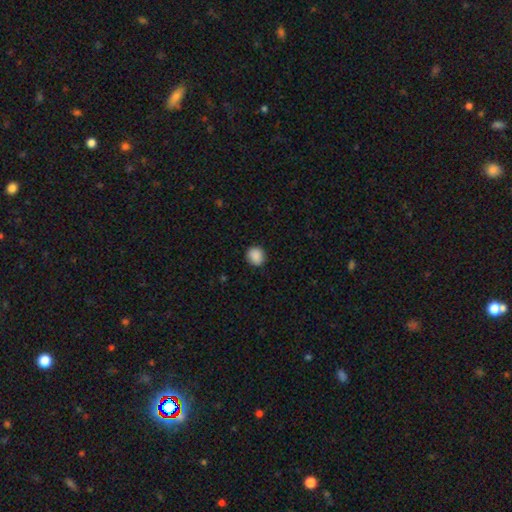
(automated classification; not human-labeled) A smooth galaxy with no disk features (89%) that is round (73%).

Vote fractions:
- Smooth or featured? smooth: 89% / star or artifact: 8% / featured or disk: 3%
- How rounded? round: 73% / in between: 26% / cigar-shaped: 1%
- Merging? none: 86% / minor disturbance: 10% / major disturbance: 2% / merger: 1%